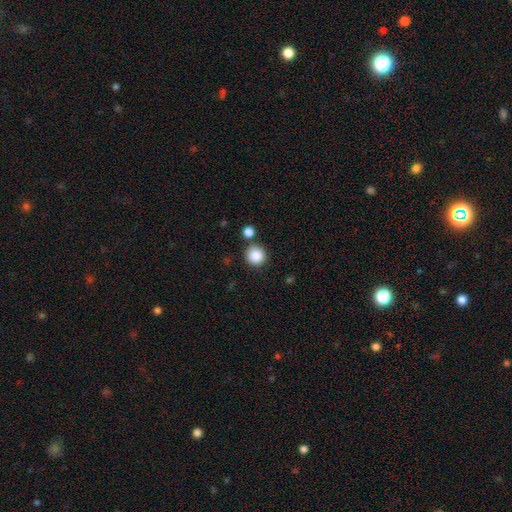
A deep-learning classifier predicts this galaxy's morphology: The model was most divided on "merging": none: 80%, merger: 9%, minor disturbance: 8%, major disturbance: 3%. More confident: how rounded — round (93%); smooth or featured — smooth (87%).